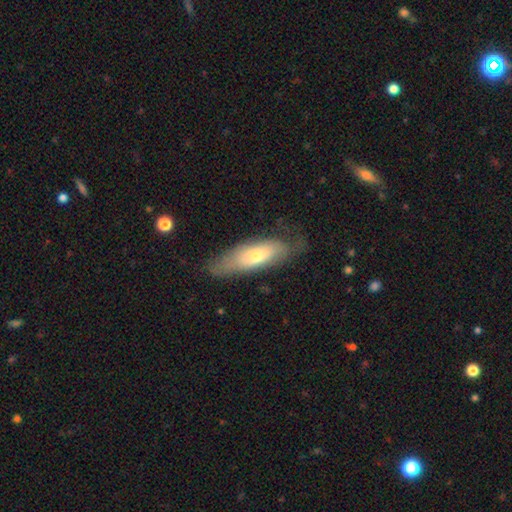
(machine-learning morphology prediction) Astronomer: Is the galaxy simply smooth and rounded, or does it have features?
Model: smooth — 56% (runner-up: featured or disk, 37%).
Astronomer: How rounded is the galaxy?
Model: in between — 55% (runner-up: cigar-shaped, 43%).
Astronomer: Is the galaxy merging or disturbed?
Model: none — 64%.